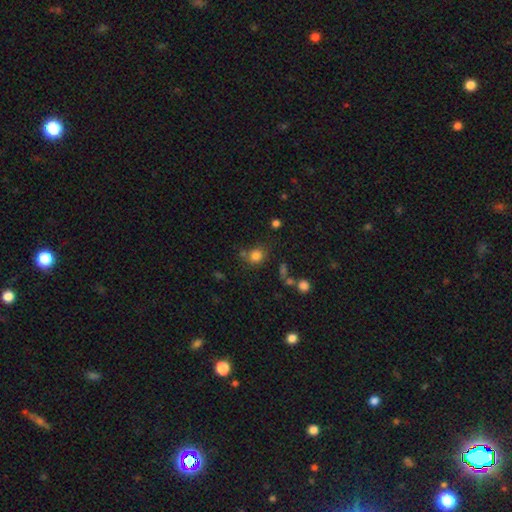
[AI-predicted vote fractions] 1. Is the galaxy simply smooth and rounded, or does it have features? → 80% smooth, 13% star or artifact, 7% featured or disk.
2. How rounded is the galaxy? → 74% round, 25% in between, 1% cigar-shaped.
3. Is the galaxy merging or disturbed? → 66% none, 15% minor disturbance, 13% merger, 6% major disturbance.